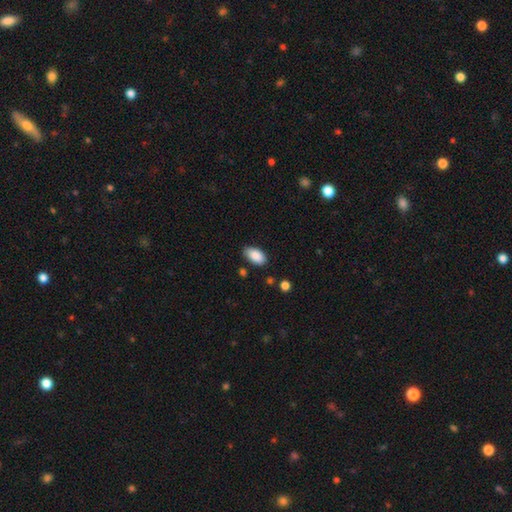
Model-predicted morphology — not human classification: smooth 89%, star or artifact 7%, featured or disk 4%. Down the decision tree: how rounded — in between (94%); merging — none (81%).